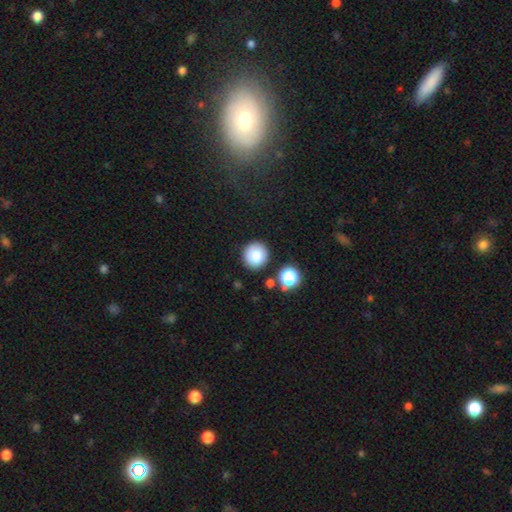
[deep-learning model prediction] The model was most divided on "smooth or featured": smooth: 83%, star or artifact: 11%, featured or disk: 7%. More confident: how rounded — round (92%); merging — none (86%).